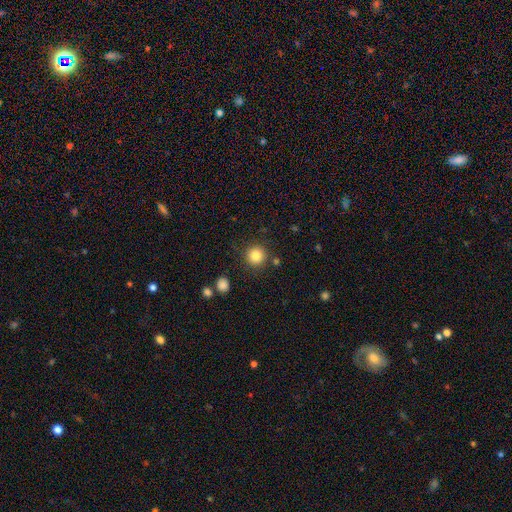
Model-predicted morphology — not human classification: smooth-or-featured: smooth: 84% | star or artifact: 11% | featured or disk: 6%
  how-rounded: round: 94% | in between: 5% | cigar-shaped: 1%
  merging: none: 87% | minor disturbance: 7% | merger: 3% | major disturbance: 3%